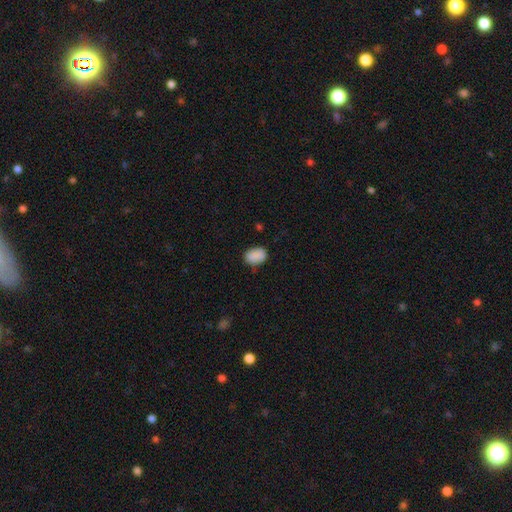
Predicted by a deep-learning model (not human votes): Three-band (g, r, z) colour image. It shows a smooth galaxy with no disk features (88%) that is in between round and cigar-shaped (79%). Merging: none (75%).